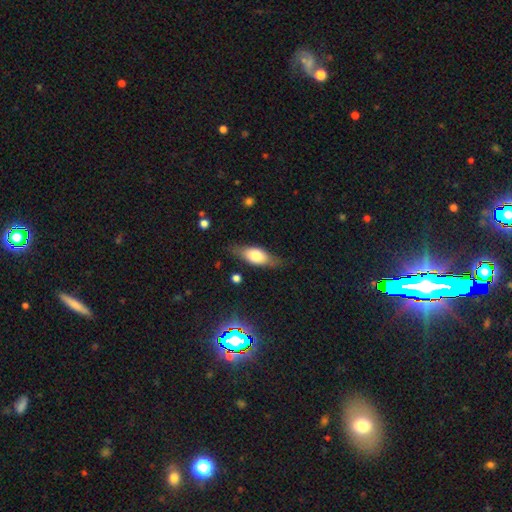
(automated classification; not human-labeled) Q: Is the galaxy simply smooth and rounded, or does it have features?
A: smooth — 63%.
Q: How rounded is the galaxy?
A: in between — 74%.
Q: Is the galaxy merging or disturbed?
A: none — 75%.